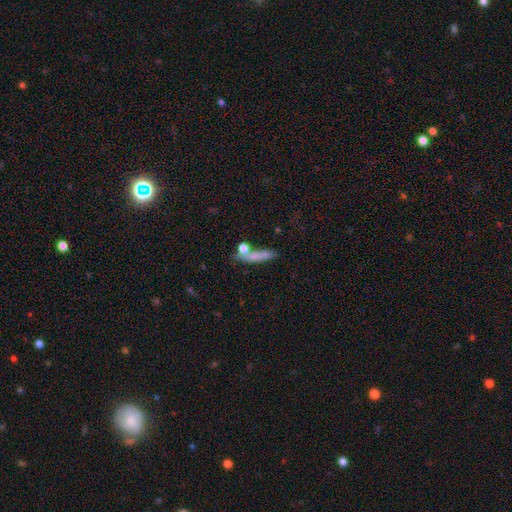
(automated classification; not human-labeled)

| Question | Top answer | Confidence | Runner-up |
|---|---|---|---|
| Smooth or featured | smooth | 68% | featured or disk (20%) |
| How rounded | cigar-shaped | 68% | in between (23%) |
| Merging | none | 54% | merger (19%) |